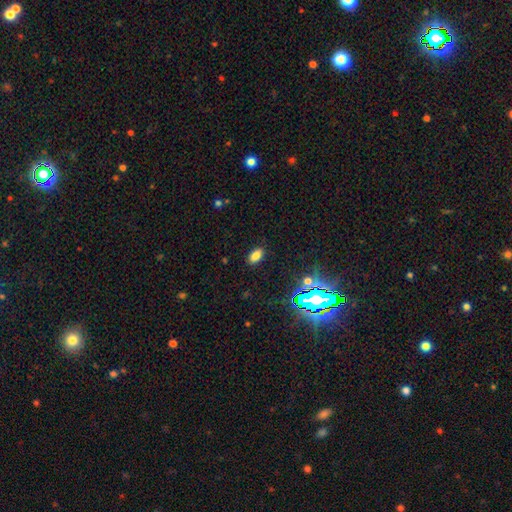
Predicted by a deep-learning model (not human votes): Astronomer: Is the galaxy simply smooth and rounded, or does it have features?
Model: smooth — 75%.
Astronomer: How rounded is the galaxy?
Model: in between — 91%.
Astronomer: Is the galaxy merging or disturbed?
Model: none — 88%.